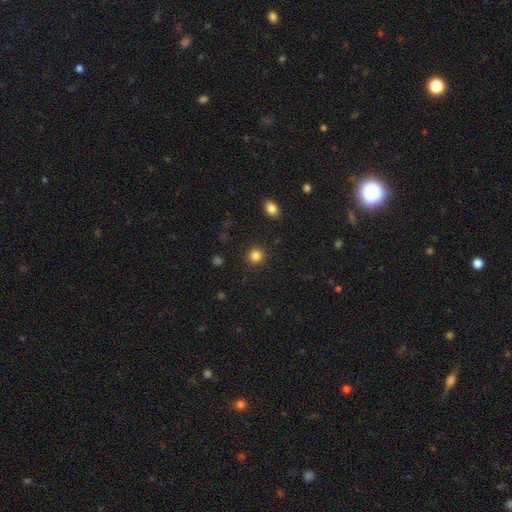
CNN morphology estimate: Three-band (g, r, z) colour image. It shows a smooth galaxy with no disk features (84%) that is round (92%). Merging: none (91%).